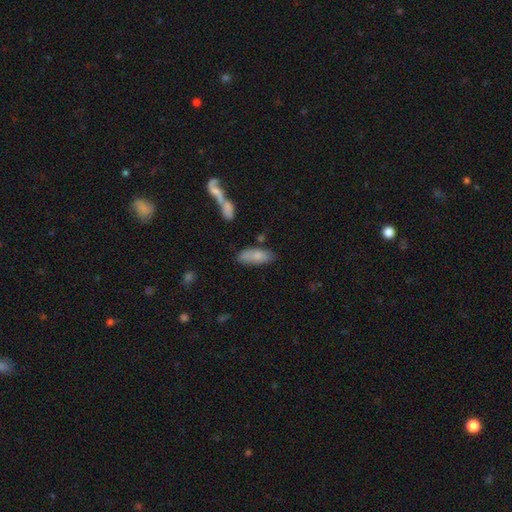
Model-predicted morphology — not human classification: A smooth galaxy with no disk features (80%) that is in between round and cigar-shaped (78%).

Vote fractions:
- Smooth or featured? smooth: 80% / featured or disk: 13% / star or artifact: 7%
- How rounded? in between: 78% / cigar-shaped: 20% / round: 2%
- Merging? none: 69% / minor disturbance: 18% / merger: 8% / major disturbance: 5%